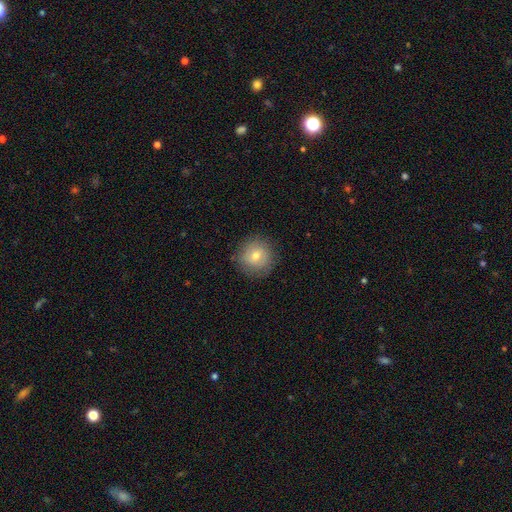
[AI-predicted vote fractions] Smooth or featured: smooth — 69% (featured or disk — 21%)
How rounded: round — 94% (in between — 5%)
Merging: none — 86% (minor disturbance — 10%)